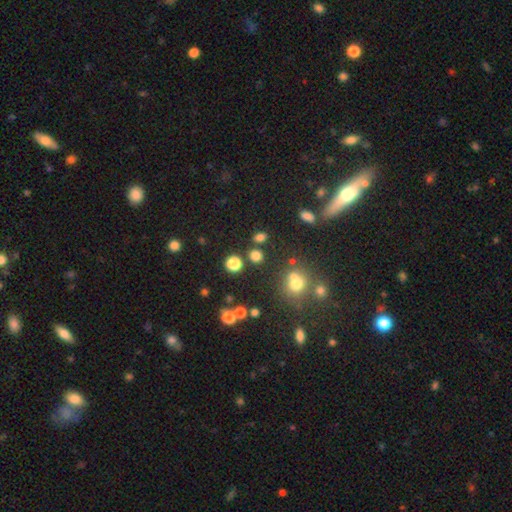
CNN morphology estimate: Smooth or featured: smooth — 75% (star or artifact — 20%)
How rounded: round — 77% (in between — 21%)
Merging: none — 80% (merger — 8%)